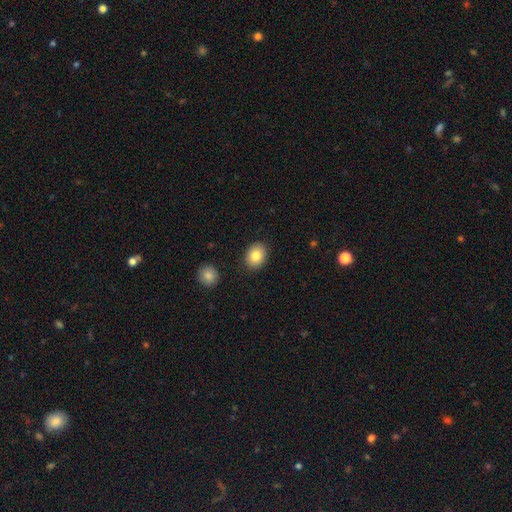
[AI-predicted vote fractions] Smooth or featured? smooth (83%)
How rounded? in between (58%)
Merging? none (88%)